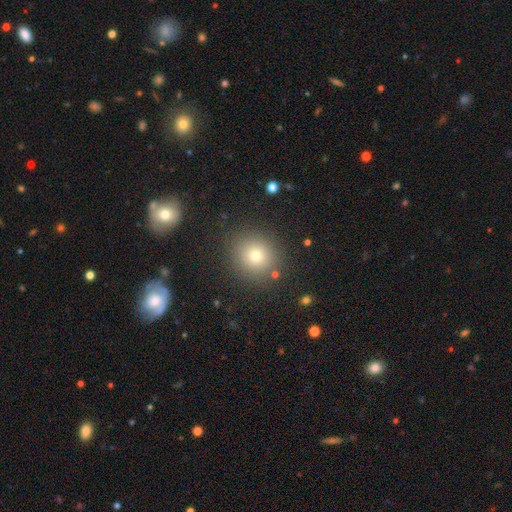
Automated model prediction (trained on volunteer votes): smooth 73%, star or artifact 17%, featured or disk 10%. Down the decision tree: how rounded — round (88%); merging — none (87%).